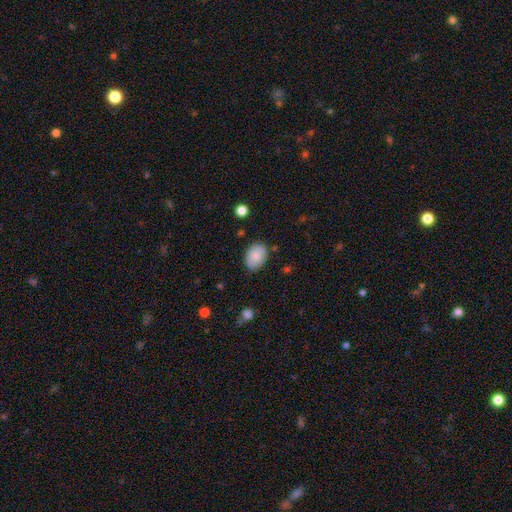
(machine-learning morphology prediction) type=smooth (84%); roundness=in between (77%); merging=none (80%).